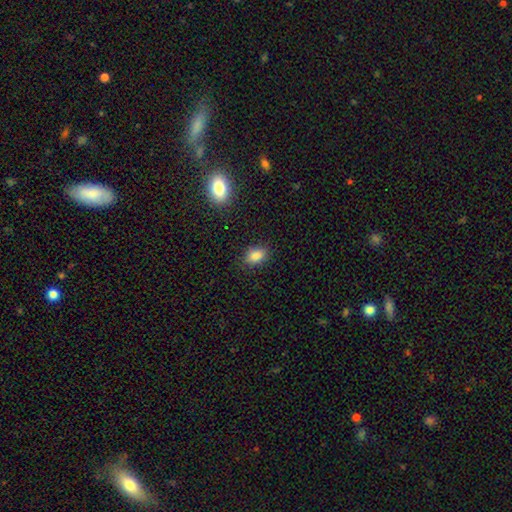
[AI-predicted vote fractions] smooth 85%, star or artifact 10%, featured or disk 5%. Down the decision tree: how rounded — in between (80%); merging — none (84%).